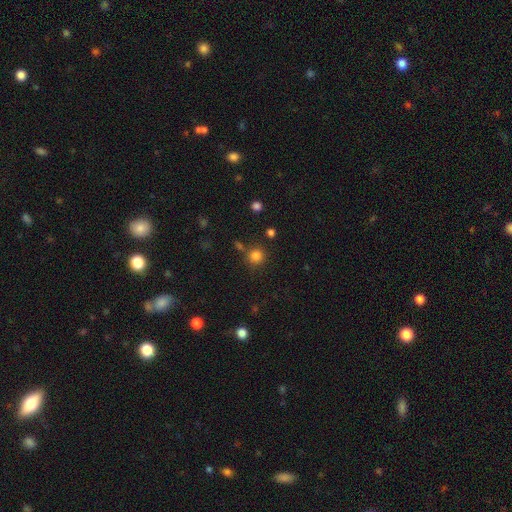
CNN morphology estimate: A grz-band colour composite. It shows a smooth galaxy with no disk features (82%) that is round (93%). Merging: none (81%).